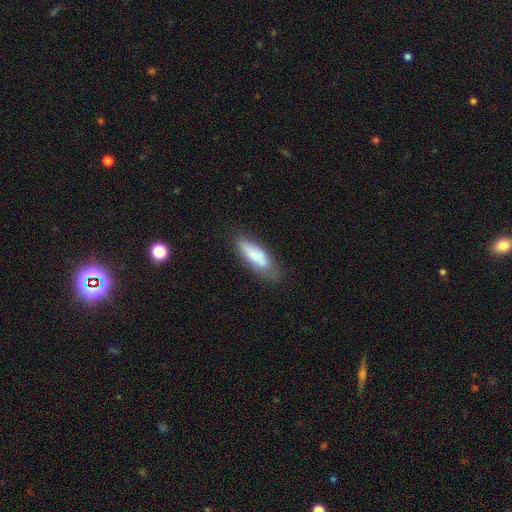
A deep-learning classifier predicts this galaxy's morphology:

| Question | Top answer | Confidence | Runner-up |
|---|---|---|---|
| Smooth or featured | smooth | 78% | featured or disk (15%) |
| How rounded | in between | 57% | cigar-shaped (41%) |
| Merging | none | 67% | minor disturbance (24%) |